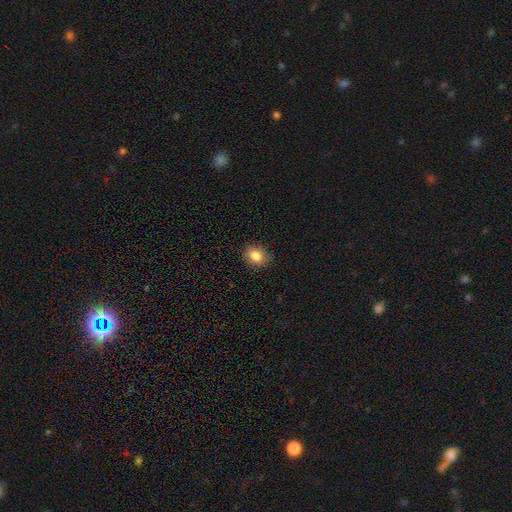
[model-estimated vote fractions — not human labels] Smooth or featured?
  - smooth: 84% *
  - star or artifact: 10%
  - featured or disk: 6%
How rounded?
  - round: 61% *
  - in between: 38%
  - cigar-shaped: 1%
Merging?
  - none: 87% *
  - minor disturbance: 10%
  - major disturbance: 2%
  - merger: 1%